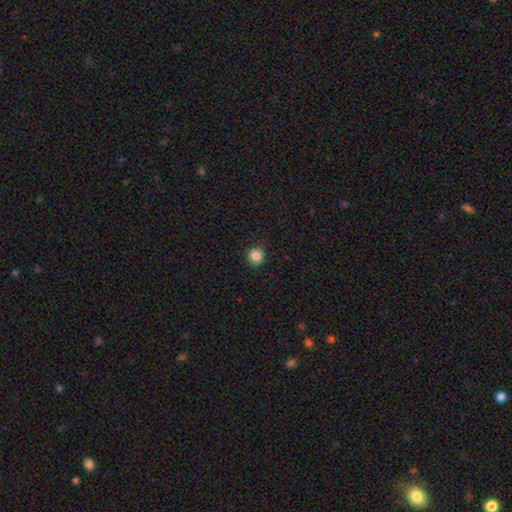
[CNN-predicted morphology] A smooth galaxy with no disk features (86%) that is round (92%).

Vote fractions:
- Smooth or featured? smooth: 86% / star or artifact: 10% / featured or disk: 3%
- How rounded? round: 92% / in between: 7% / cigar-shaped: 1%
- Merging? none: 88% / minor disturbance: 9% / major disturbance: 2% / merger: 1%